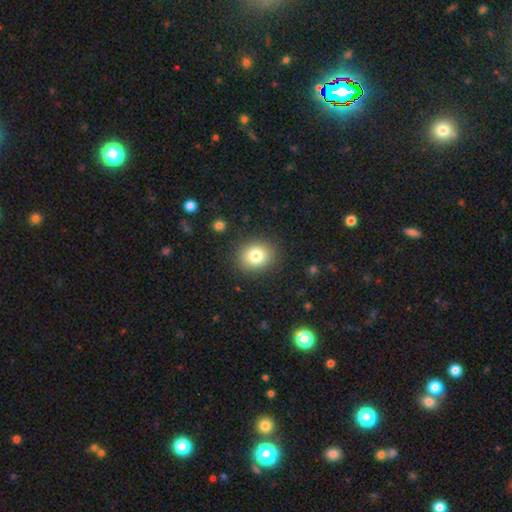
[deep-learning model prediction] smooth 79%, star or artifact 12%, featured or disk 9%. Down the decision tree: how rounded — round (73%); merging — none (88%).